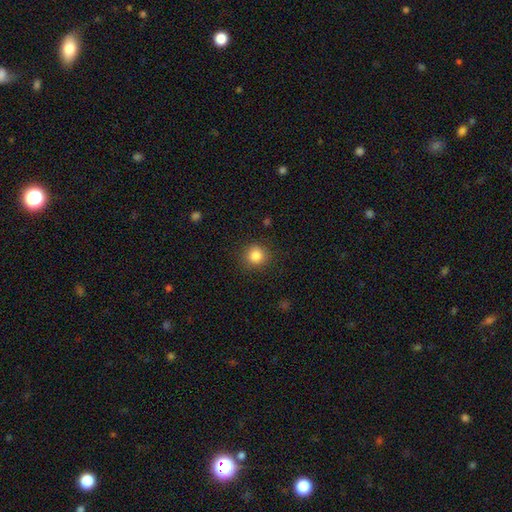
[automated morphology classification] Smooth or featured? smooth (85%)
How rounded? round (92%)
Merging? none (88%)